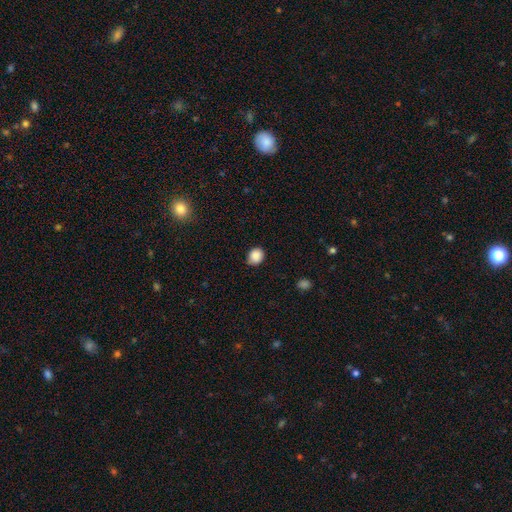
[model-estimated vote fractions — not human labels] Overall: smooth (87%). How rounded: round (68%; in between 31%). Merging: none (77%).